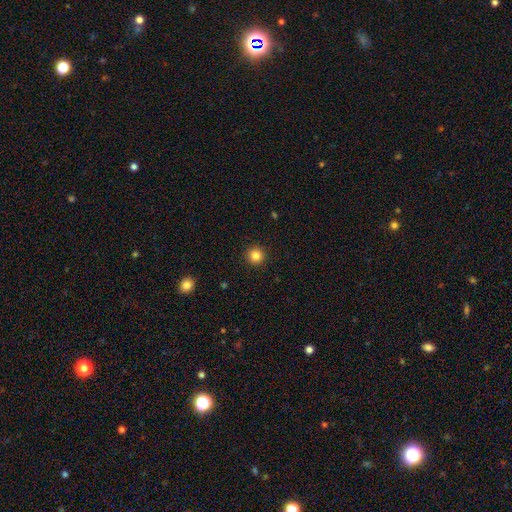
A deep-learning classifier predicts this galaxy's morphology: Overall: smooth (84%). How rounded: round (96%). Merging: none (93%).